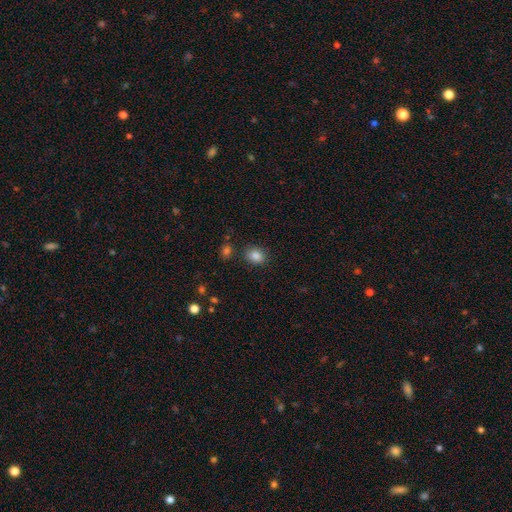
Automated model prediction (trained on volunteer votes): This is clearly a smooth galaxy (85%). How rounded: possibly round (56%). Merging: clearly none (83%).